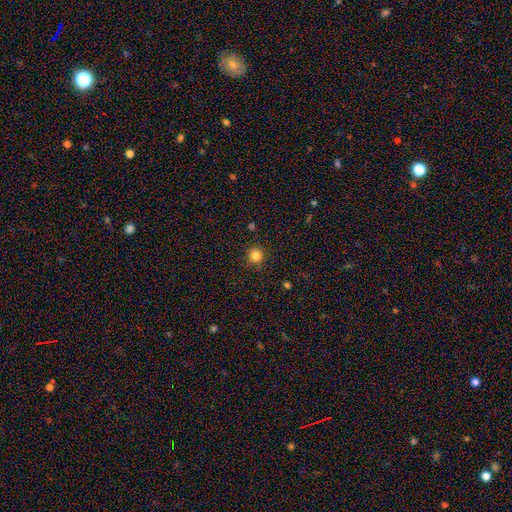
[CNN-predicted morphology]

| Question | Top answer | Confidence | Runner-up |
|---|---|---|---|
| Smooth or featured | smooth | 82% | star or artifact (13%) |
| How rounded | round | 95% | in between (4%) |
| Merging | none | 89% | minor disturbance (7%) |